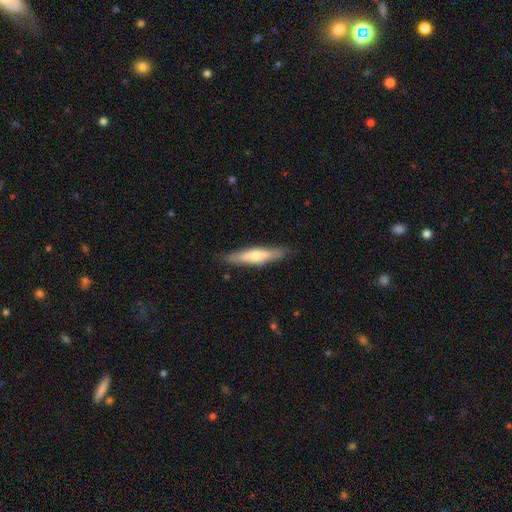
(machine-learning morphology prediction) smooth-or-featured: smooth: 51% | featured or disk: 44% | star or artifact: 6%
  how-rounded: cigar-shaped: 79% | in between: 19% | round: 2%
  merging: none: 84% | minor disturbance: 12% | major disturbance: 2% | merger: 1%